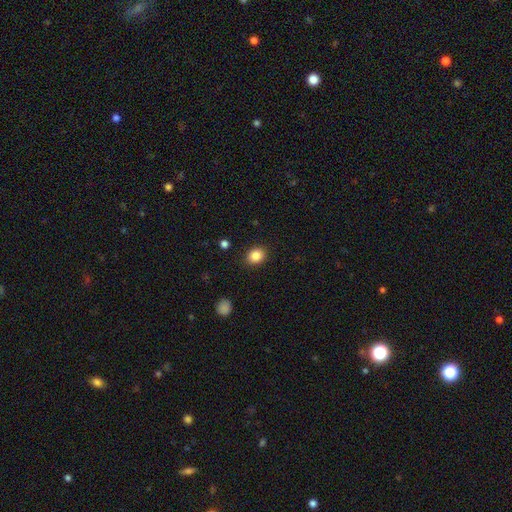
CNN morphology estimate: The model was most divided on "how rounded": round: 55%, in between: 44%, cigar-shaped: 1%. More confident: merging — none (89%); smooth or featured — smooth (85%).